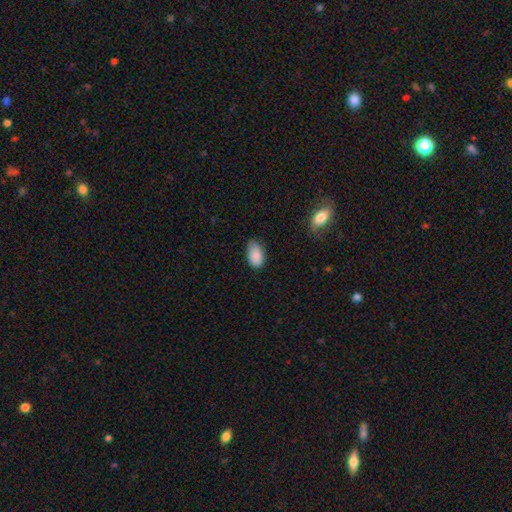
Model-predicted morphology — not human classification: smooth-or-featured: smooth: 87% | star or artifact: 7% | featured or disk: 6%
  how-rounded: in between: 93% | round: 5% | cigar-shaped: 2%
  merging: none: 67% | minor disturbance: 27% | major disturbance: 4% | merger: 1%